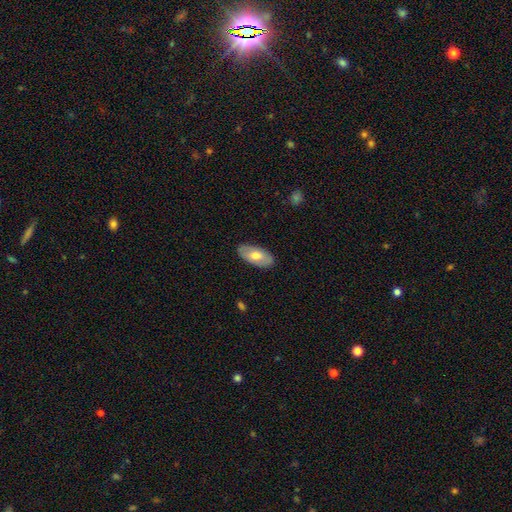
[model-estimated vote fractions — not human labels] Q: Smooth or featured?
A: smooth (62%); runner-up: featured or disk (33%)
Q: How rounded?
A: in between (93%); runner-up: cigar-shaped (4%)
Q: Merging?
A: none (87%); runner-up: minor disturbance (10%)